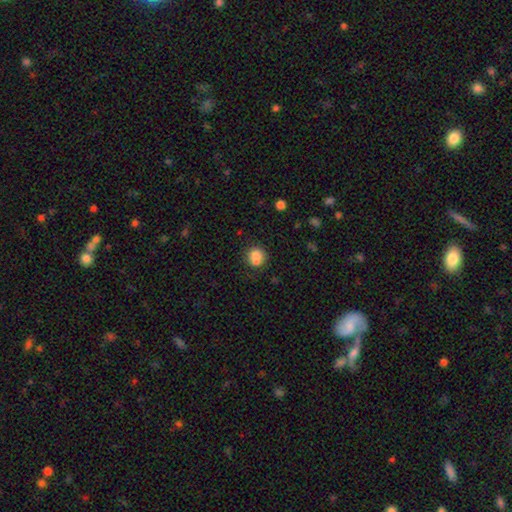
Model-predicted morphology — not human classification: Smooth or featured: smooth — 78% (featured or disk — 12%)
How rounded: round — 83% (in between — 16%)
Merging: none — 49% (merger — 35%)